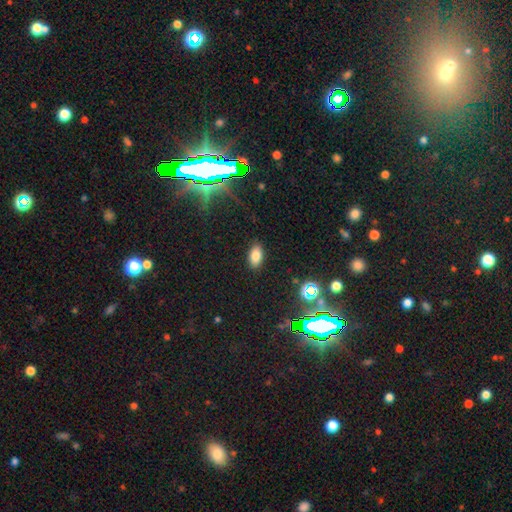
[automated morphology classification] Smooth or featured? Predicted: smooth (p=0.79). How rounded? Predicted: in between (p=0.92). Merging? Predicted: none (p=0.88).